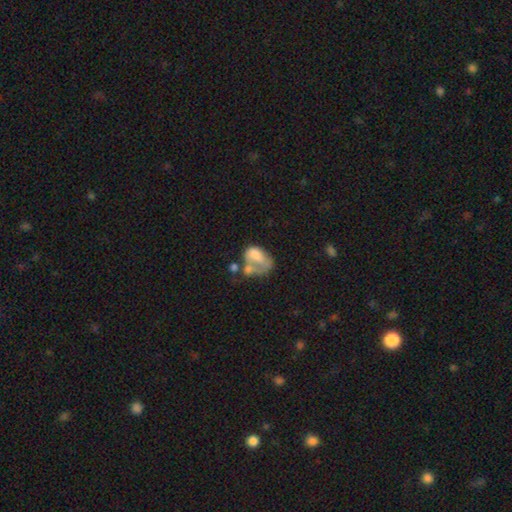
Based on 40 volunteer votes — Volunteers were most divided on "merging": merger: 47%, major disturbance: 32%, minor disturbance: 13%, none: 8%. More confident: how rounded — in between (93%); smooth or featured — smooth (70%).